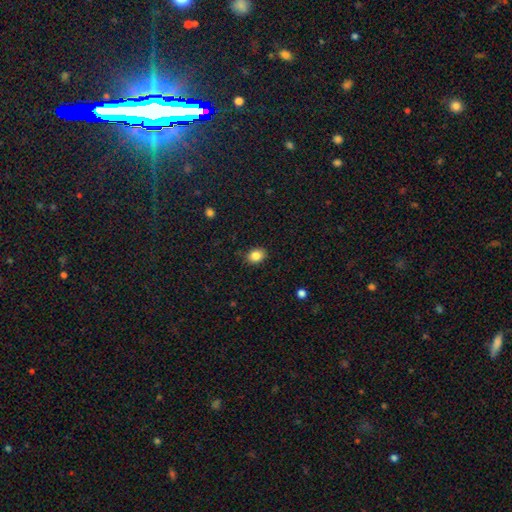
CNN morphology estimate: A smooth galaxy with no disk features (85%) that is in between round and cigar-shaped (60%). Merging: none (86%).